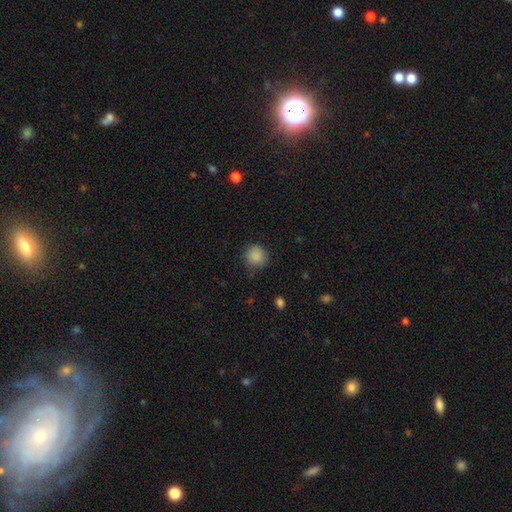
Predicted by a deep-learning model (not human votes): A smooth galaxy with no disk features (87%) that is round (90%). Merging: none (81%).